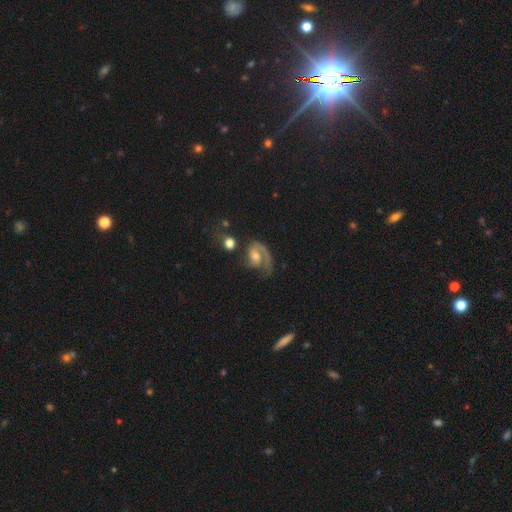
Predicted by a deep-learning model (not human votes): Smooth or featured? Predicted: featured or disk (p=0.78). Edge-on disk? Predicted: no (p=0.97). Bar? Predicted: no (p=0.61). Spiral arms? Predicted: yes (p=0.92). Spiral winding? Predicted: medium (p=0.41). Spiral arm count? Predicted: 1 (p=0.74). Bulge size? Predicted: moderate (p=0.55). Merging? Predicted: none (p=0.42).